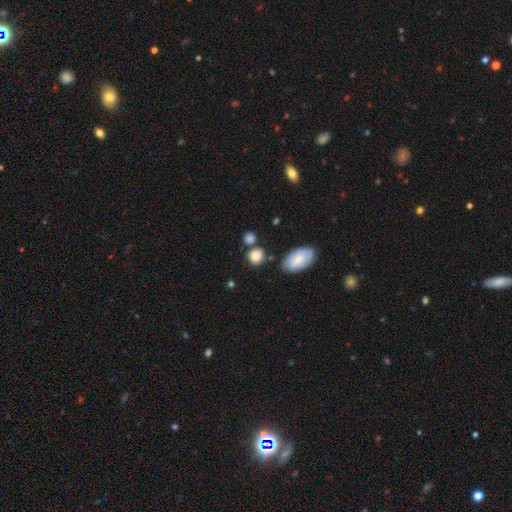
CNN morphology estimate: A smooth galaxy with no disk features (83%) that is round (74%). Merging: none (63%).